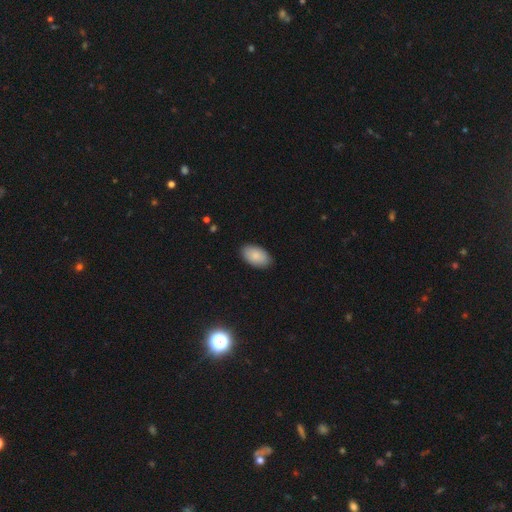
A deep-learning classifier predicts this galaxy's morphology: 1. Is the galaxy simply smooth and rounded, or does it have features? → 88% smooth, 6% star or artifact, 6% featured or disk.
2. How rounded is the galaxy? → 95% in between, 4% round, 1% cigar-shaped.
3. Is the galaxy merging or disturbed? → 88% none, 9% minor disturbance, 2% major disturbance, 1% merger.